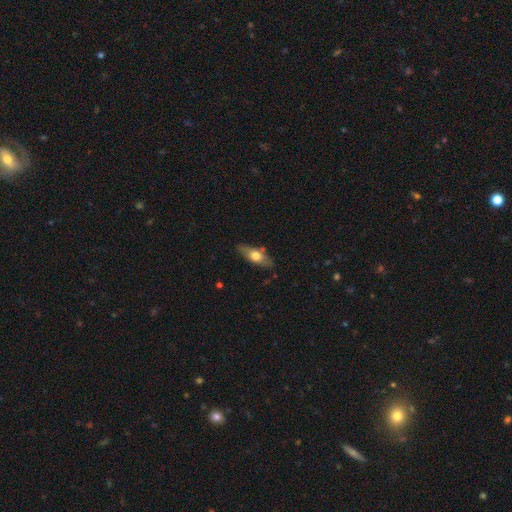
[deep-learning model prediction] Smooth or featured?
  - smooth: 58% *
  - featured or disk: 36%
  - star or artifact: 6%
How rounded?
  - in between: 65% *
  - cigar-shaped: 32%
  - round: 4%
Merging?
  - none: 79% *
  - minor disturbance: 15%
  - major disturbance: 3%
  - merger: 3%